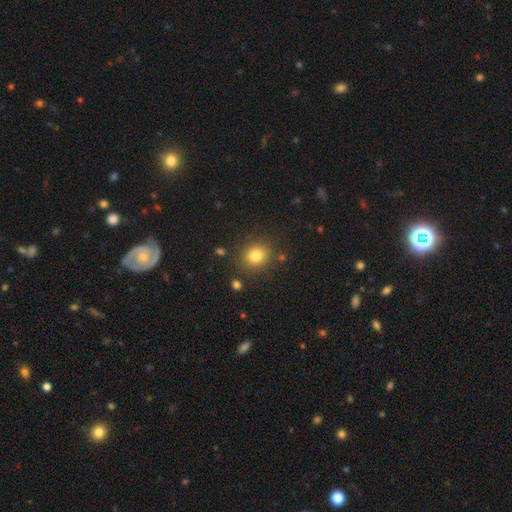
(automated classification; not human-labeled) Smooth or featured? smooth (81%)
How rounded? round (75%)
Merging? none (85%)